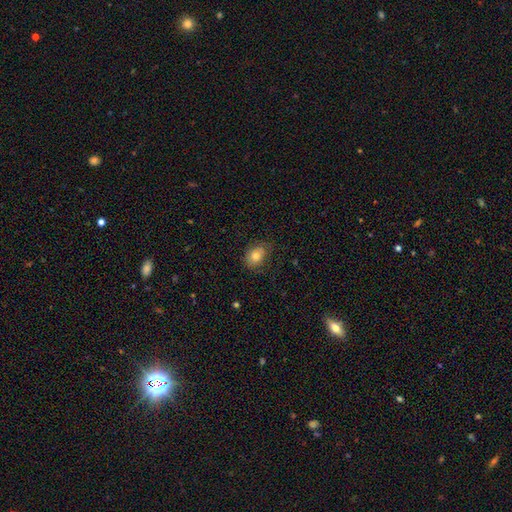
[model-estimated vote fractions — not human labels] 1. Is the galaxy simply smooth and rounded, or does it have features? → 77% smooth, 13% featured or disk, 10% star or artifact.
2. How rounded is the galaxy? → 66% in between, 33% round, 1% cigar-shaped.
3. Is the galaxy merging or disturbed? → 74% none, 19% minor disturbance, 6% major disturbance, 1% merger.